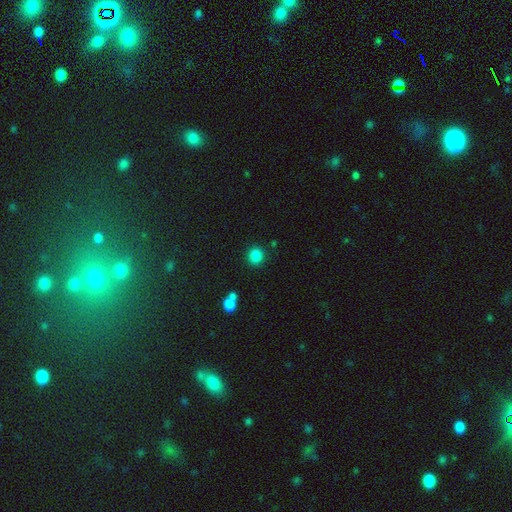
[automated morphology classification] type=smooth (85%); roundness=round (87%); merging=none (86%).